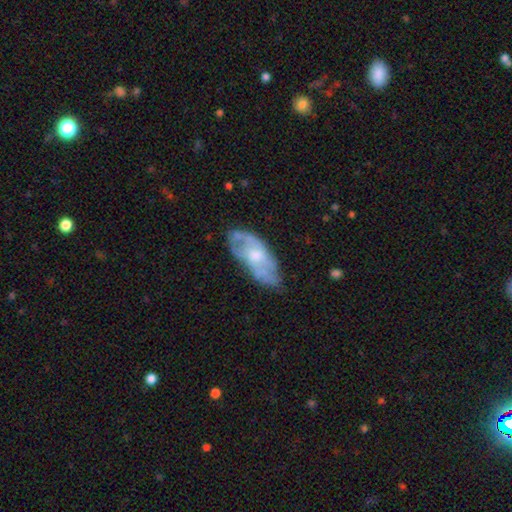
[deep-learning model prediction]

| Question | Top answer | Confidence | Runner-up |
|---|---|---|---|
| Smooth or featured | featured or disk | 61% | smooth (32%) |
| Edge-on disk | no | 88% | yes (12%) |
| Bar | no | 72% | weak (24%) |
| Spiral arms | yes | 59% | no (41%) |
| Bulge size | moderate | 53% | small (35%) |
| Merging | none | 60% | minor disturbance (27%) |